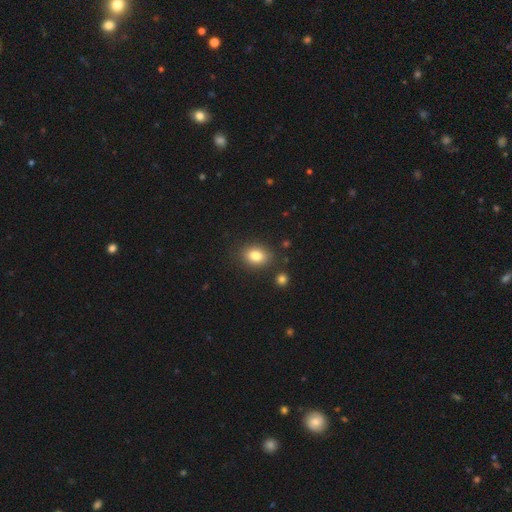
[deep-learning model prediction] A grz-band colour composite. It shows a smooth galaxy with no disk features (83%) that is in between round and cigar-shaped (71%). Merging: none (83%).